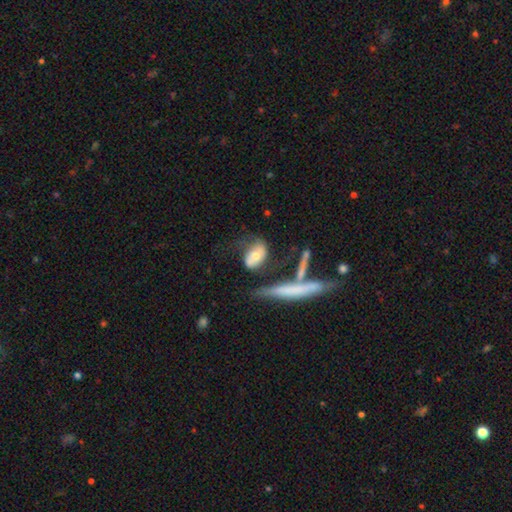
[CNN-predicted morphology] Overall: smooth (47%; featured or disk 46%). Merging: none (39%; minor disturbance 22%).